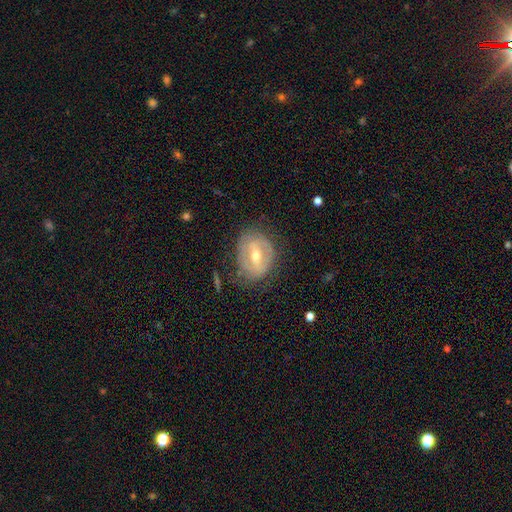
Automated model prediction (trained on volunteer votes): Smooth or featured: featured or disk — 68% (smooth — 25%)
Edge-on disk: no — 93% (yes — 7%)
Bar: strong — 45% (weak — 39%)
Spiral arms: no — 55% (yes — 45%)
Bulge size: moderate — 67% (small — 28%)
Merging: none — 71% (minor disturbance — 19%)